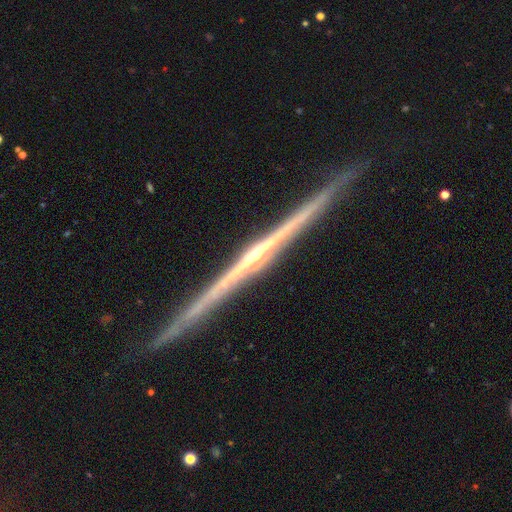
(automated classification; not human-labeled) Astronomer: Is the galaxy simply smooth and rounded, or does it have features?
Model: featured or disk — 90%.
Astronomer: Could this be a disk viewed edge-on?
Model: yes — 99%.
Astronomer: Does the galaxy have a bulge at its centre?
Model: rounded — 67%.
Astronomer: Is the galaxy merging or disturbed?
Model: none — 91%.